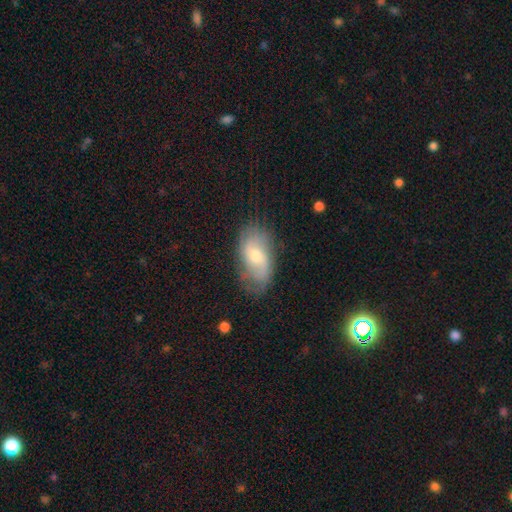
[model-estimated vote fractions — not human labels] A featured or disk galaxy (55%) with no bar (54%), spiral arms (81%) and a moderate central bulge (53%). Merging: none (67%).